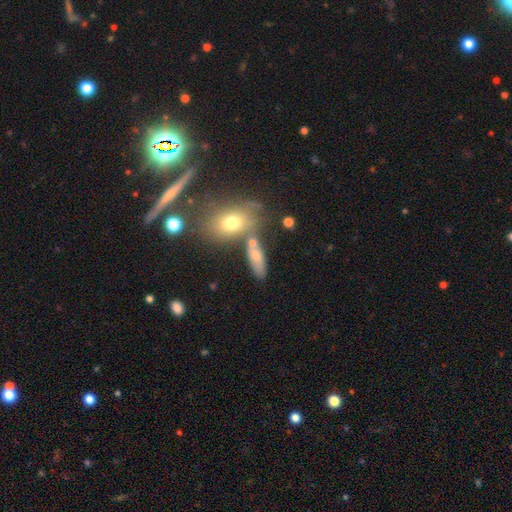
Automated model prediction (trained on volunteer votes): Smooth or featured?
  - smooth: 66% *
  - featured or disk: 23%
  - star or artifact: 11%
How rounded?
  - in between: 64% *
  - cigar-shaped: 26%
  - round: 10%
Merging?
  - none: 53% *
  - merger: 24%
  - minor disturbance: 16%
  - major disturbance: 7%